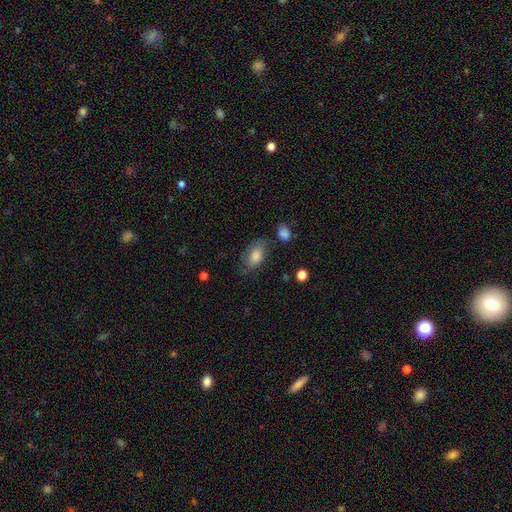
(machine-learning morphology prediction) A smooth galaxy with no disk features (77%) that is in between round and cigar-shaped (89%). Merging: none (69%).